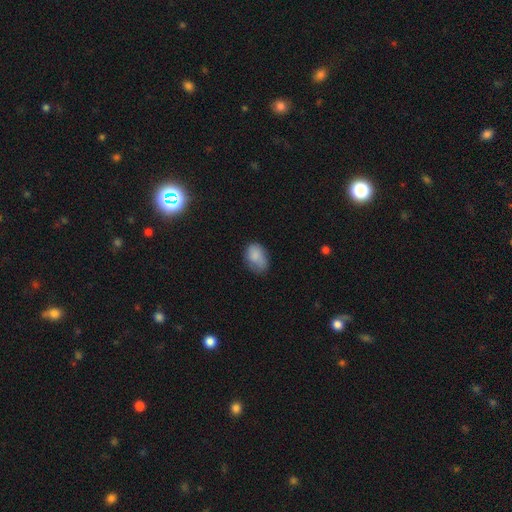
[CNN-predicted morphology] This is clearly a smooth galaxy (82%). How rounded: likely in between (78%). Merging: possibly none (57%).